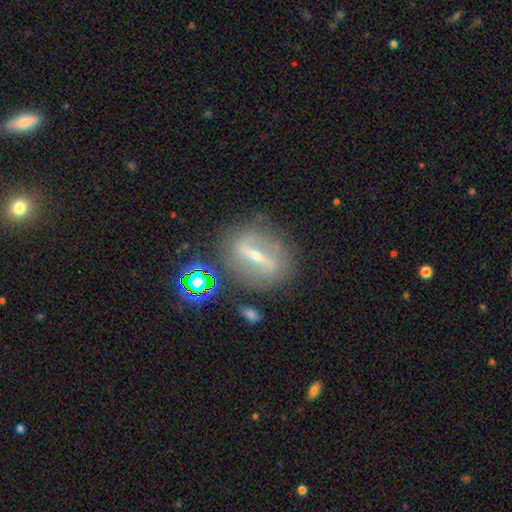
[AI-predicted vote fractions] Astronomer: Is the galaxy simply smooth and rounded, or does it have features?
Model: featured or disk — 75%.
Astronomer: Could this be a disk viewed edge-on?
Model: no — 78%.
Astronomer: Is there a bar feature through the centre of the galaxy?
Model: strong — 74%.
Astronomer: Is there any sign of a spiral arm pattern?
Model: no — 50%, tied with yes at 50%.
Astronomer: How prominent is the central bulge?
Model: small — 61%.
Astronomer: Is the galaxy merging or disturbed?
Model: none — 78%.